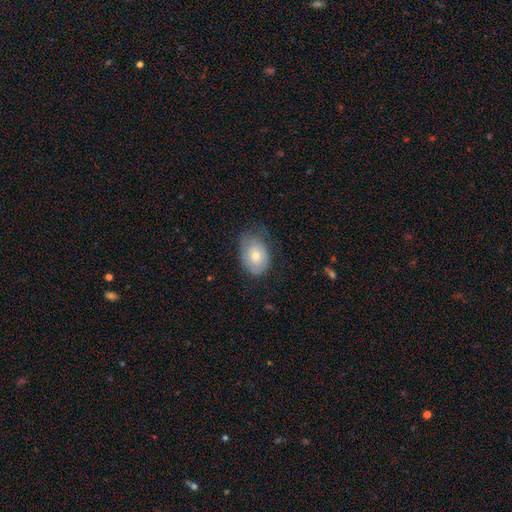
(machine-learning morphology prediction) type=smooth (63%); roundness=in between (78%); merging=none (54%).